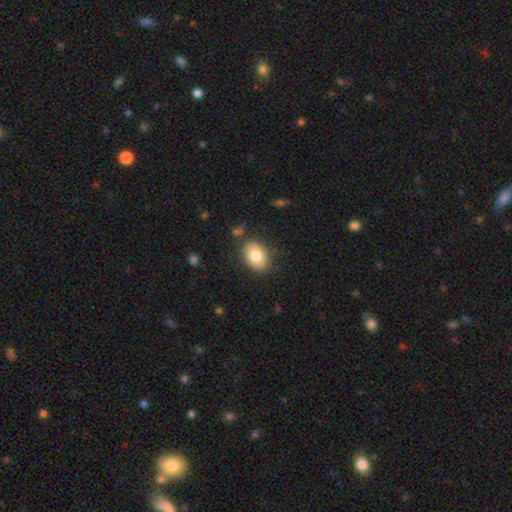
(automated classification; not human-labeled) A smooth galaxy with no disk features (82%) that is in between round and cigar-shaped (83%).

Vote fractions:
- Smooth or featured? smooth: 82% / featured or disk: 11% / star or artifact: 7%
- How rounded? in between: 83% / round: 16% / cigar-shaped: 1%
- Merging? none: 82% / minor disturbance: 12% / major disturbance: 3% / merger: 3%